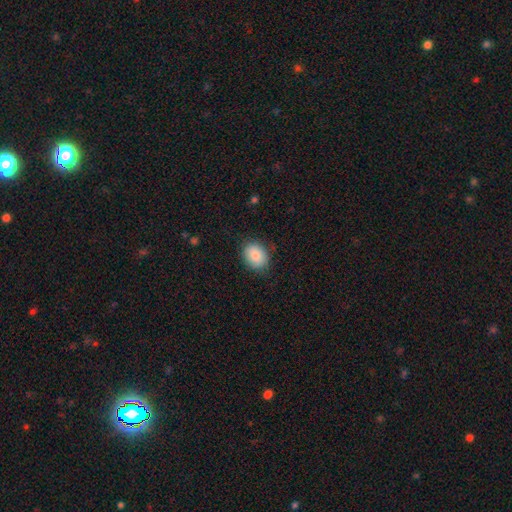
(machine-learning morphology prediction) smooth 85%, star or artifact 8%, featured or disk 7%. Down the decision tree: how rounded — in between (56%); merging — none (83%).